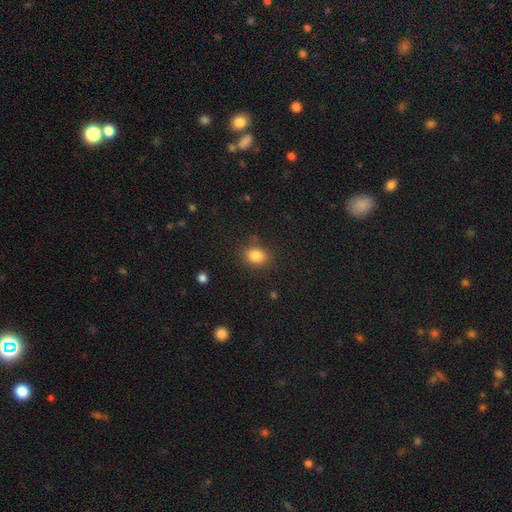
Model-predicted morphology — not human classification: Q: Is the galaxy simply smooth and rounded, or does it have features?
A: smooth — 83%.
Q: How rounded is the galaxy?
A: in between — 54%.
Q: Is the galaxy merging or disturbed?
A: none — 83%.